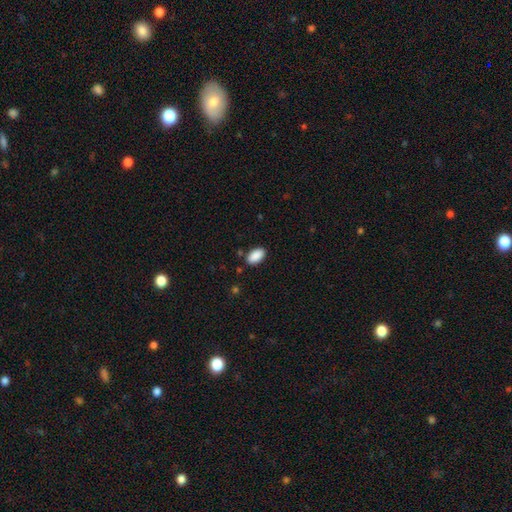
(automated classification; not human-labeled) smooth 90%, star or artifact 7%, featured or disk 3%. Down the decision tree: how rounded — in between (94%); merging — none (86%).